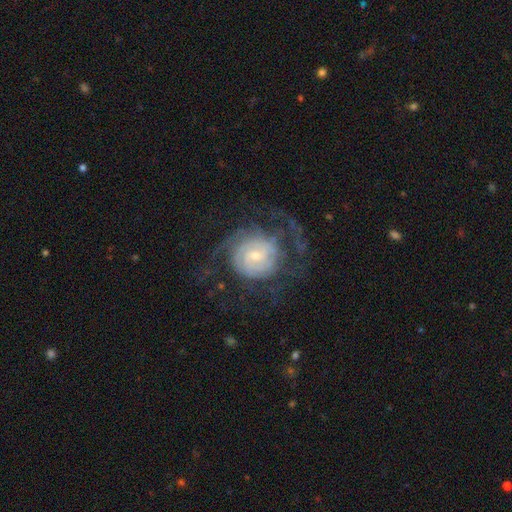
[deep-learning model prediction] A featured or disk galaxy (85%) with no bar (59%), tight (64%) spiral arms (95%) and a small central bulge (65%).

Vote fractions:
- Smooth or featured? featured or disk: 85% / smooth: 9% / star or artifact: 6%
- Edge-on disk? no: 97% / yes: 3%
- Bar? no: 59% / weak: 33% / strong: 8%
- Spiral arms? yes: 95% / no: 5%
- Spiral winding? tight: 64% / medium: 25% / loose: 11%
- Spiral arm count? can't tell: 33% / 2: 30% / 3: 14% / 4: 9% / 1: 7% / more than 4: 7%
- Bulge size? small: 65% / moderate: 29% / large: 3% / none: 2% / dominant: 1%
- Merging? none: 61% / major disturbance: 22% / minor disturbance: 15% / merger: 1%